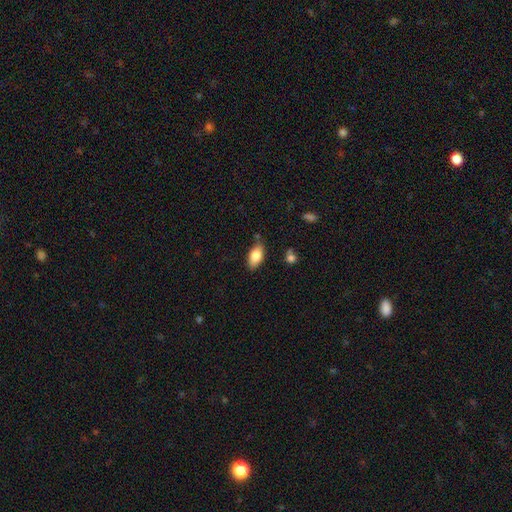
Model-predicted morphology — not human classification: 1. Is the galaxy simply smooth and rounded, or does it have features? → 82% smooth, 11% featured or disk, 7% star or artifact.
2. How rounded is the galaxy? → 91% in between, 5% cigar-shaped, 3% round.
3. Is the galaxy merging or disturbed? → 79% none, 15% minor disturbance, 4% merger, 3% major disturbance.